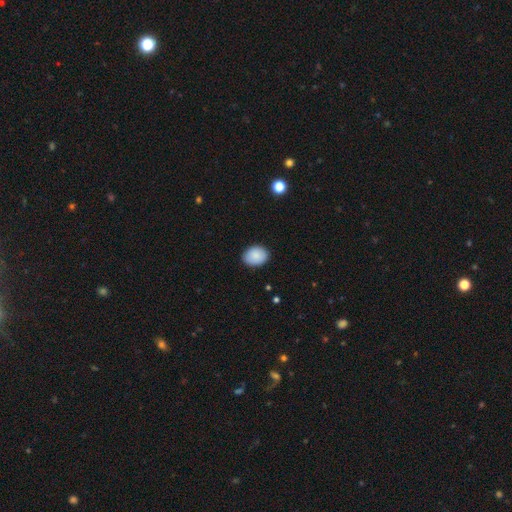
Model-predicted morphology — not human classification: Overall: smooth (89%). How rounded: in between (63%; round 36%). Merging: none (88%).